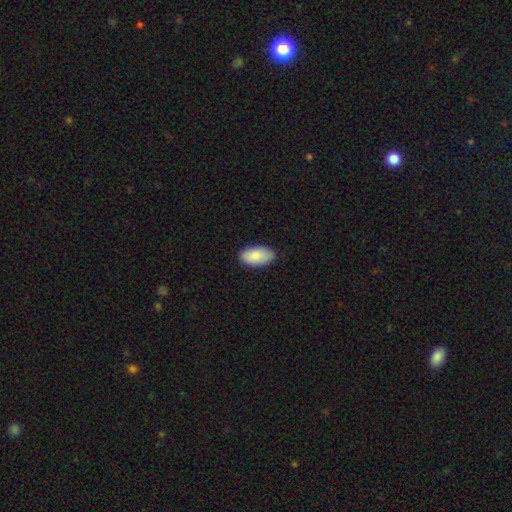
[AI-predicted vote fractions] smooth-or-featured: smooth: 88% | featured or disk: 6% | star or artifact: 6%
  how-rounded: in between: 96% | round: 2% | cigar-shaped: 2%
  merging: none: 86% | minor disturbance: 11% | major disturbance: 2% | merger: 1%